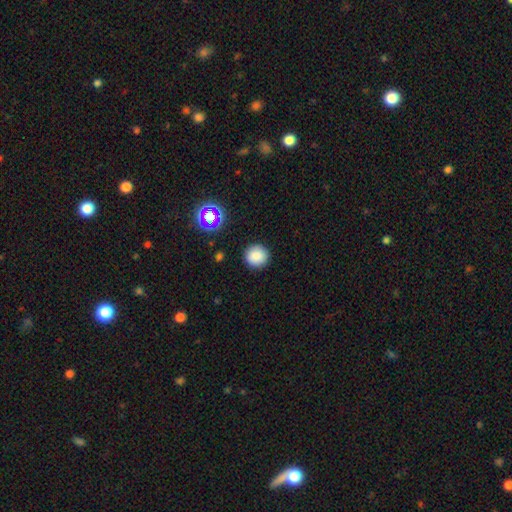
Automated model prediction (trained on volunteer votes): A smooth galaxy with no disk features (83%) that is round (92%). Merging: none (90%).